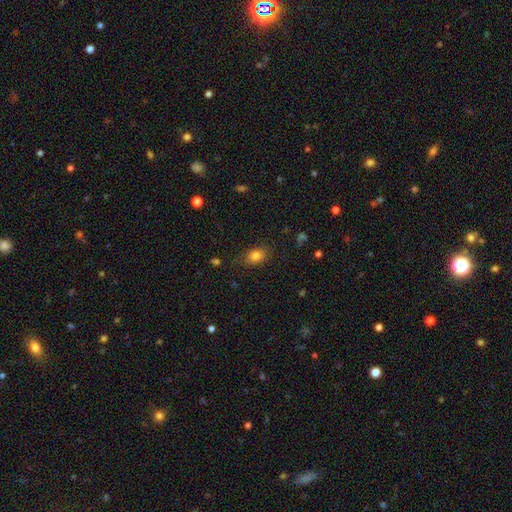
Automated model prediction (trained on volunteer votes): A smooth galaxy with no disk features (82%) that is in between round and cigar-shaped (80%). Merging: none (82%).